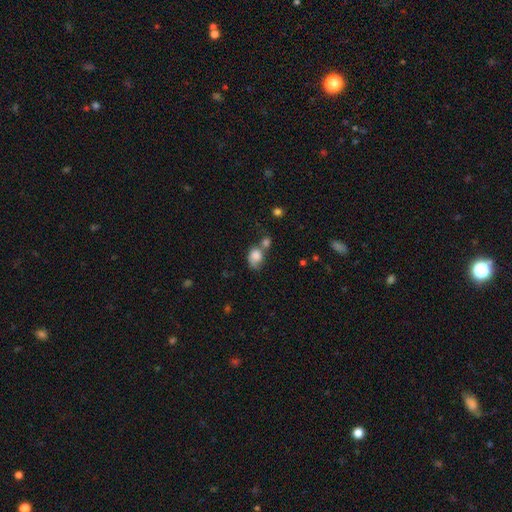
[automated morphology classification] This is likely a smooth galaxy (80%). How rounded: possibly in between (60%). Merging: marginally merger (44%).